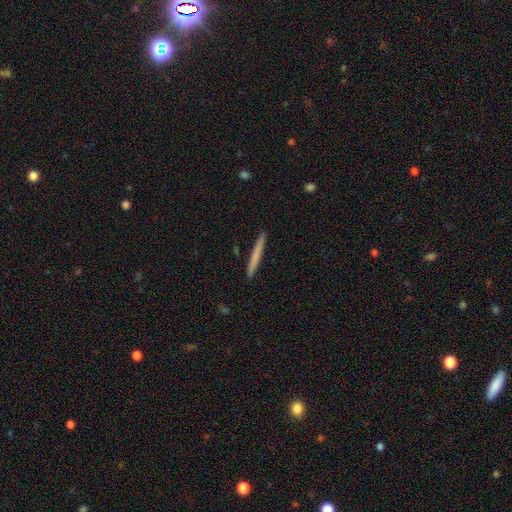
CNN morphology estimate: smooth_or_featured: smooth (p=0.67) [alt: featured or disk p=0.28]
how_rounded: cigar-shaped (p=0.97) [alt: in between p=0.02]
merging: none (p=0.92) [alt: minor disturbance p=0.06]